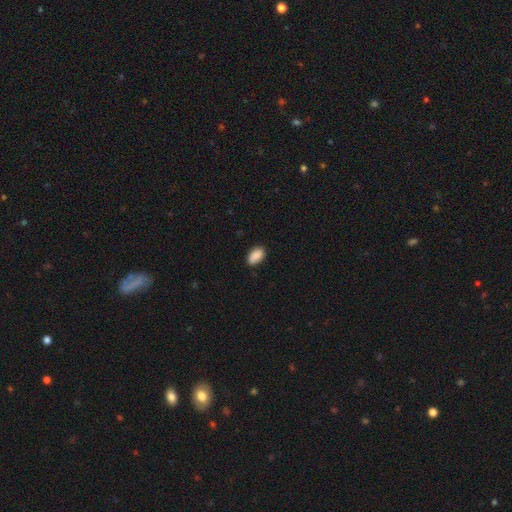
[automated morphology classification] smooth-or-featured: smooth: 88% | star or artifact: 7% | featured or disk: 5%
  how-rounded: in between: 93% | round: 4% | cigar-shaped: 3%
  merging: none: 81% | minor disturbance: 15% | major disturbance: 2% | merger: 1%